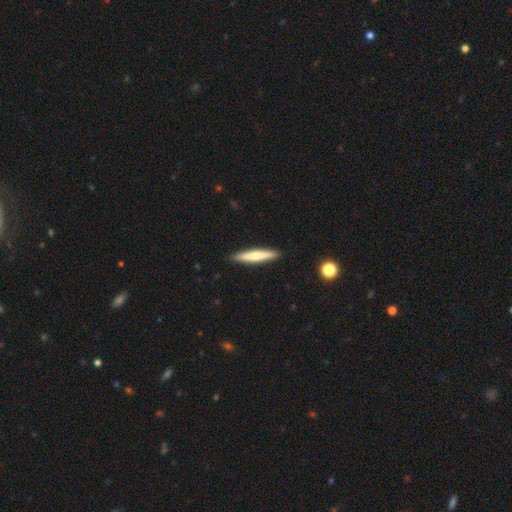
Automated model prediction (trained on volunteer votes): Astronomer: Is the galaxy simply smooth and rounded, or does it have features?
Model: smooth — 63%.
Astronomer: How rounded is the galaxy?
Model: cigar-shaped — 93%.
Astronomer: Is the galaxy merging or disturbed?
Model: none — 91%.